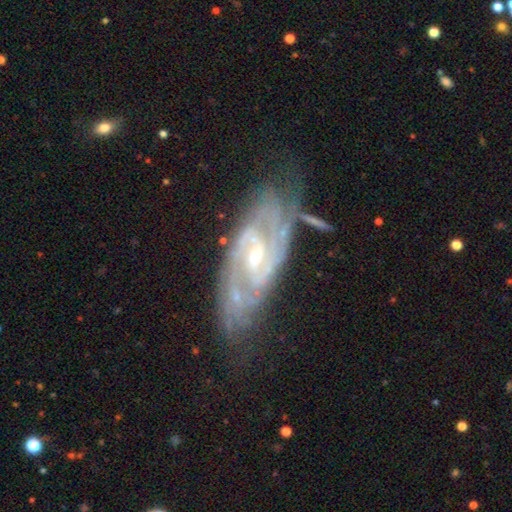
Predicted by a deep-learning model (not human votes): This is clearly a featured or disk galaxy (90%). It is clearly not viewed edge-on (93%). Bar: possibly weak (51%). Spiral arm pattern: clearly yes (98%). Spiral arm count: likely 2 (69%). Spiral winding: possibly tight (51%). Central bulge: possibly small (57%). Merging: likely none (70%).